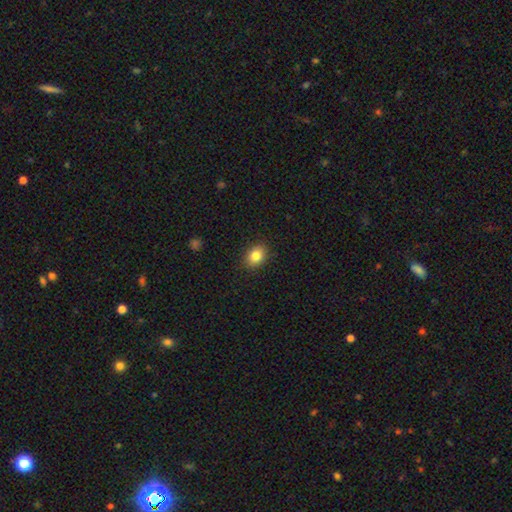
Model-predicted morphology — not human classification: smooth_or_featured: smooth (p=0.84) [alt: star or artifact p=0.09]
how_rounded: in between (p=0.62) [alt: round p=0.37]
merging: none (p=0.89) [alt: minor disturbance p=0.08]